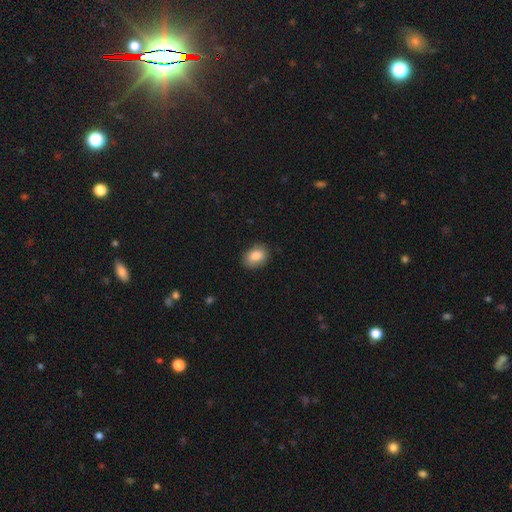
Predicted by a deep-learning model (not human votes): This is clearly a smooth galaxy (86%). How rounded: likely in between (74%). Merging: clearly none (85%).